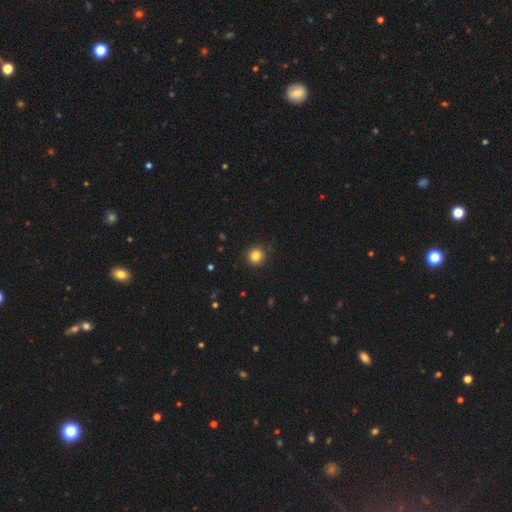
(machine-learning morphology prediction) Smooth or featured?
  - smooth: 84% *
  - star or artifact: 11%
  - featured or disk: 5%
How rounded?
  - round: 92% *
  - in between: 7%
  - cigar-shaped: 1%
Merging?
  - none: 90% *
  - minor disturbance: 7%
  - major disturbance: 2%
  - merger: 1%